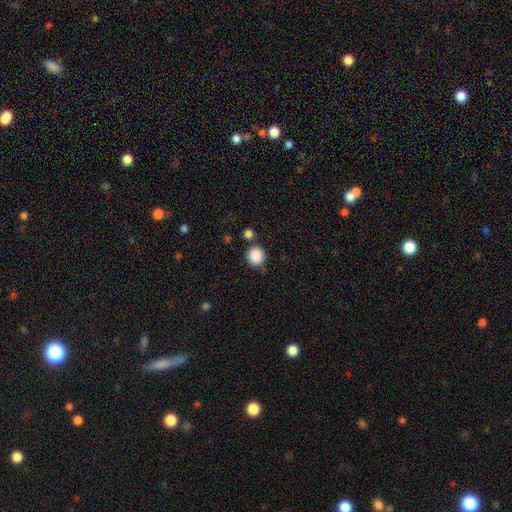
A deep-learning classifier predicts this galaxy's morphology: Smooth or featured? smooth (88%)
How rounded? round (83%)
Merging? none (77%)